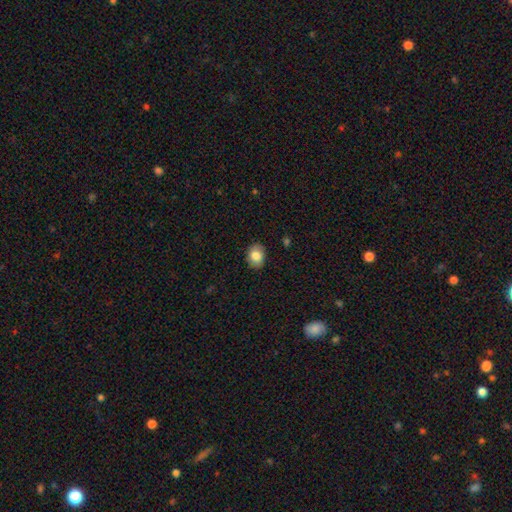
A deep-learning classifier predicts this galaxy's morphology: Smooth or featured? Predicted: smooth (p=0.83). How rounded? Predicted: in between (p=0.62). Merging? Predicted: none (p=0.88).